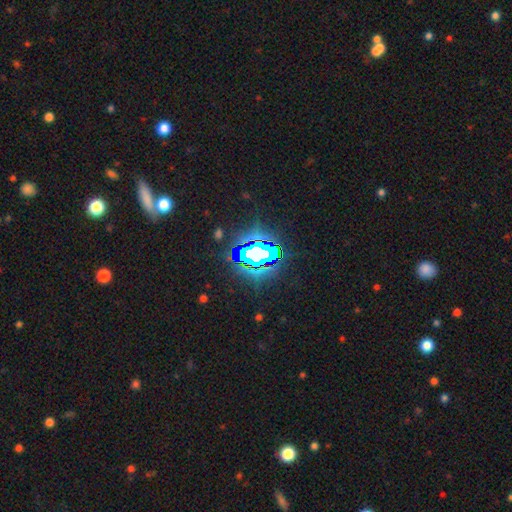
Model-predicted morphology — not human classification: smooth_or_featured: star or artifact (p=0.77) [alt: smooth p=0.12]